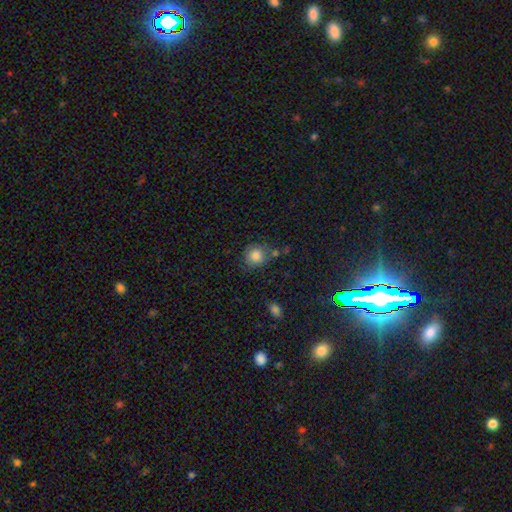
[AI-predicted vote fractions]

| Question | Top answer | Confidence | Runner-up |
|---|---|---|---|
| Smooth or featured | smooth | 83% | star or artifact (9%) |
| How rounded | round | 85% | in between (14%) |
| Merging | none | 67% | minor disturbance (18%) |